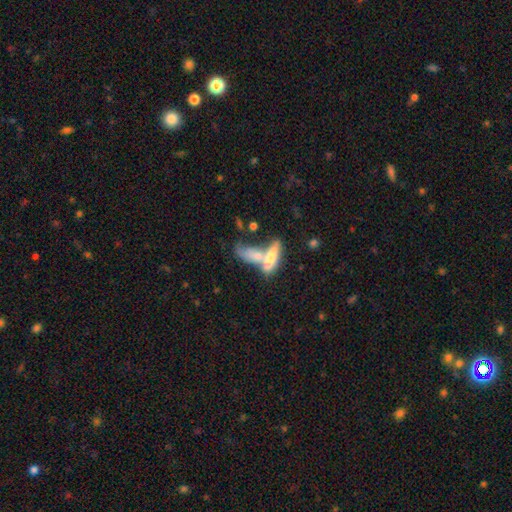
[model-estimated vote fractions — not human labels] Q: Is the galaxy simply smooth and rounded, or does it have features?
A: smooth — 61%.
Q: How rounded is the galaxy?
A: in between — 59%.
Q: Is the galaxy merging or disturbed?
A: merger — 63%.